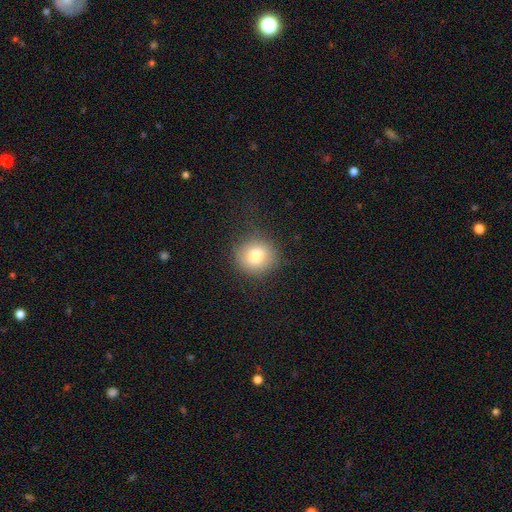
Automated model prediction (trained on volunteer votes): The model was most divided on "smooth or featured": smooth: 78%, featured or disk: 12%, star or artifact: 10%. More confident: how rounded — round (85%); merging — none (81%).